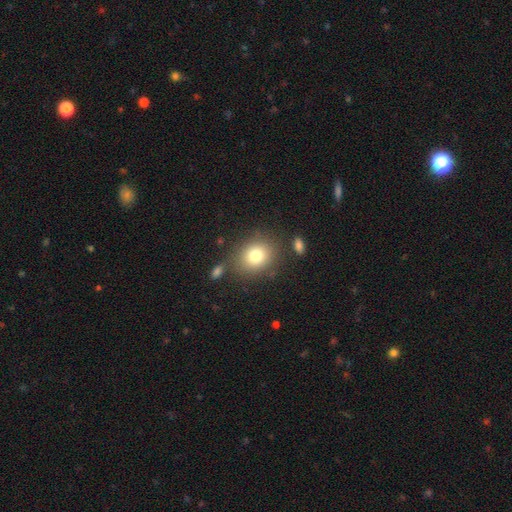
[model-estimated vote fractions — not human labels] Smooth or featured? smooth (78%)
How rounded? round (65%)
Merging? none (77%)